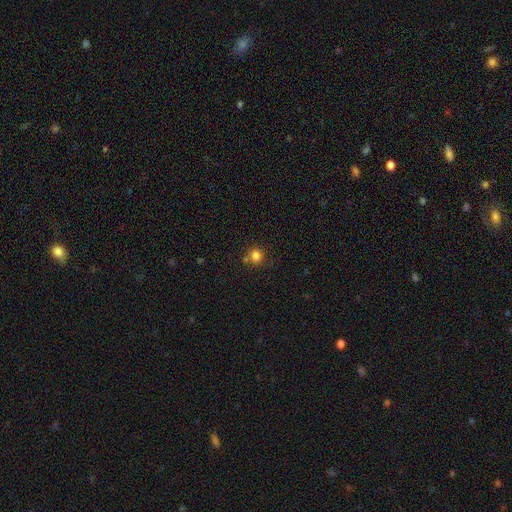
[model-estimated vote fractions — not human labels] Q: Smooth or featured?
A: smooth (81%); runner-up: star or artifact (13%)
Q: How rounded?
A: round (87%); runner-up: in between (12%)
Q: Merging?
A: none (69%); runner-up: merger (17%)